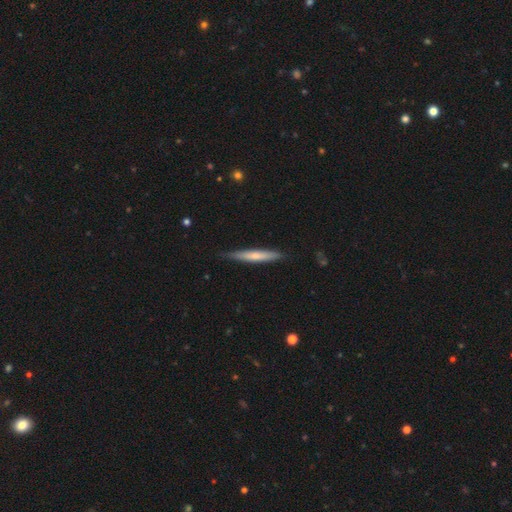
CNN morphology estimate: smooth_or_featured: smooth (p=0.60) [alt: featured or disk p=0.34]
how_rounded: cigar-shaped (p=0.94) [alt: in between p=0.05]
merging: none (p=0.82) [alt: minor disturbance p=0.15]